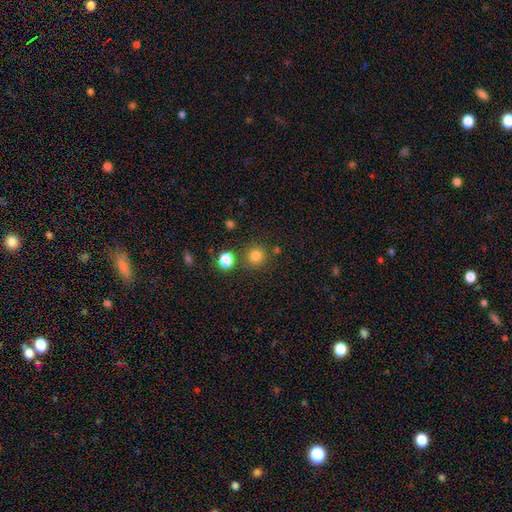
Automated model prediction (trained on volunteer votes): Overall: smooth (81%). How rounded: round (93%). Merging: none (82%).